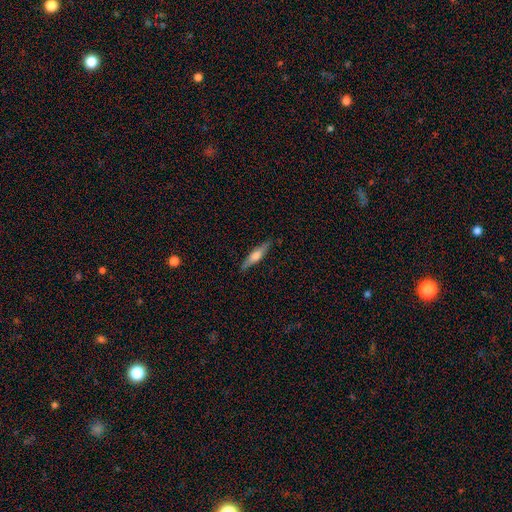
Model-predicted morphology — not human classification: type=featured or disk (52%); edge-on=yes (95%); merging=none (87%).